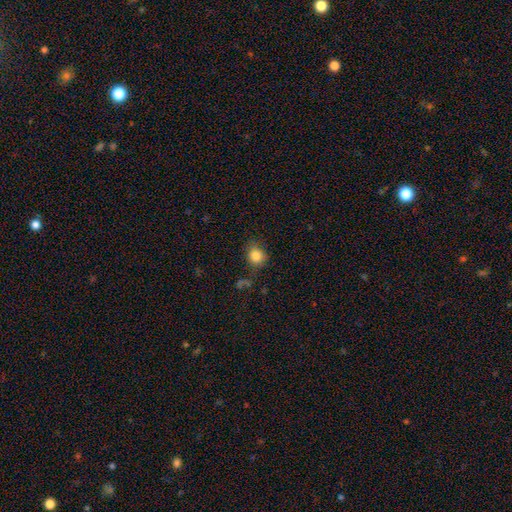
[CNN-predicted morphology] Smooth or featured: smooth — 84% (star or artifact — 10%)
How rounded: round — 74% (in between — 24%)
Merging: none — 74% (minor disturbance — 18%)